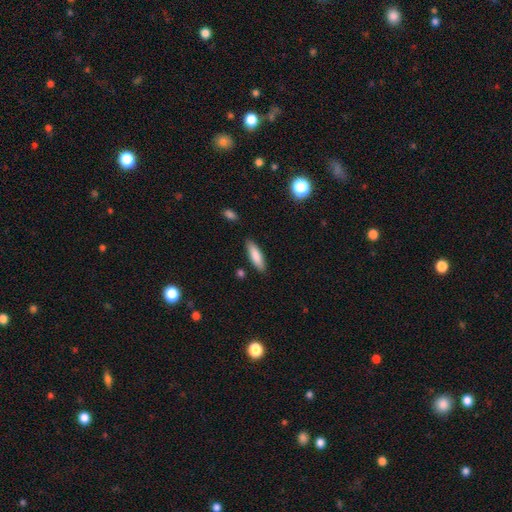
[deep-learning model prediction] Smooth or featured?
  - smooth: 84% *
  - featured or disk: 10%
  - star or artifact: 6%
How rounded?
  - cigar-shaped: 59% *
  - in between: 40%
  - round: 2%
Merging?
  - none: 86% *
  - minor disturbance: 10%
  - merger: 2%
  - major disturbance: 2%